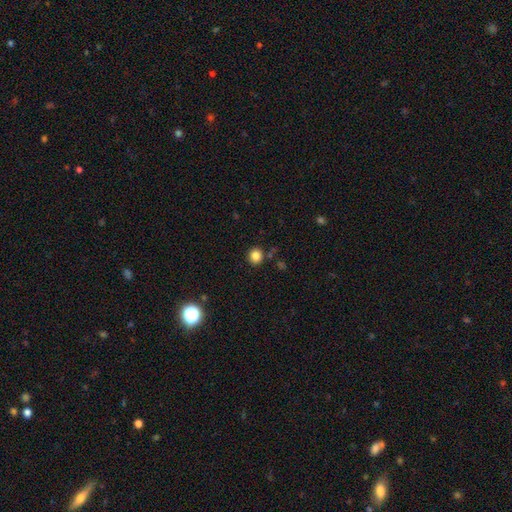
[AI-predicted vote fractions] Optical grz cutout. It shows a smooth galaxy with no disk features (83%) that is round (89%). Merging: none (88%).